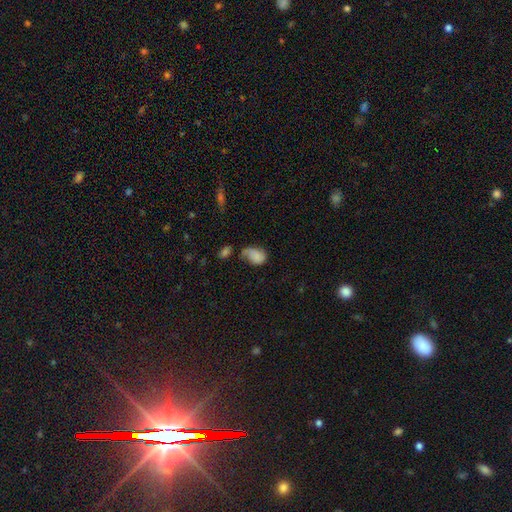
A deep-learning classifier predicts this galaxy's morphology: This is likely a smooth galaxy (74%). How rounded: clearly in between (84%). Merging: marginally minor disturbance (33%, tied with none).